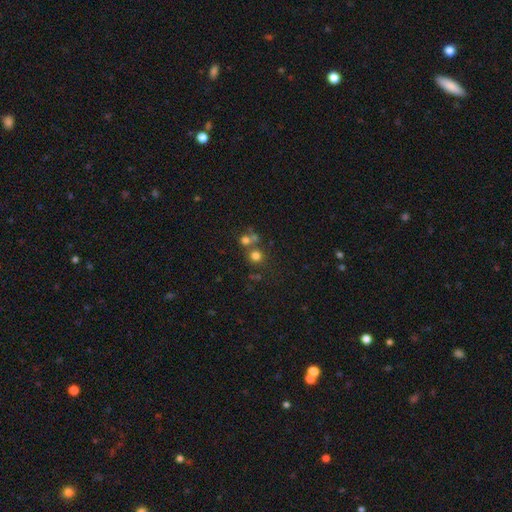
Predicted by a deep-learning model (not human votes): A smooth galaxy with no disk features (70%) that is round (89%). Merging: none (57%).